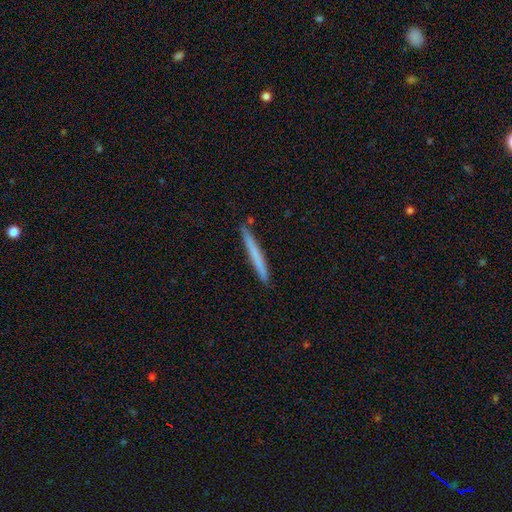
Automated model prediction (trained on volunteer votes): Overall: smooth (65%; featured or disk 29%). How rounded: cigar-shaped (97%). Merging: none (90%).